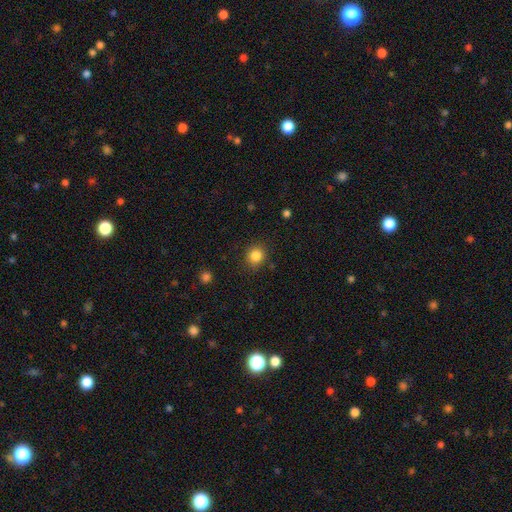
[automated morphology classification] Smooth or featured?
  - smooth: 85% *
  - star or artifact: 11%
  - featured or disk: 4%
How rounded?
  - round: 84% *
  - in between: 15%
  - cigar-shaped: 1%
Merging?
  - none: 86% *
  - minor disturbance: 9%
  - major disturbance: 3%
  - merger: 2%